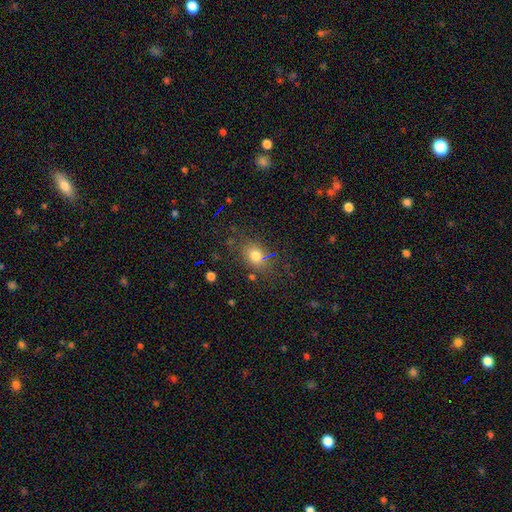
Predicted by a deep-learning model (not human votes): smooth_or_featured: smooth (p=0.75) [alt: star or artifact p=0.16]
how_rounded: in between (p=0.53) [alt: round p=0.45]
merging: none (p=0.78) [alt: minor disturbance p=0.14]